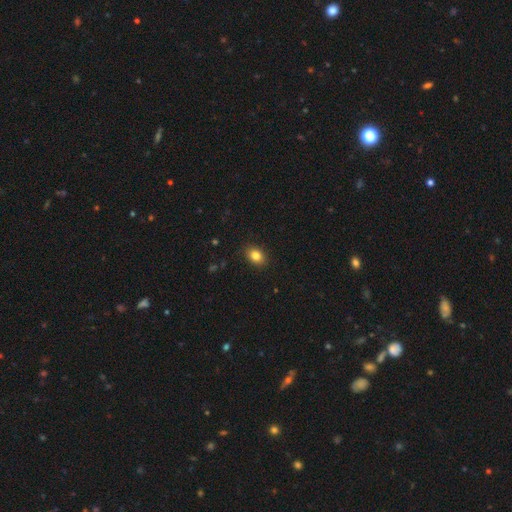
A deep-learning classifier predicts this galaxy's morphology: smooth 84%, star or artifact 10%, featured or disk 6%. Down the decision tree: how rounded — in between (65%); merging — none (89%).